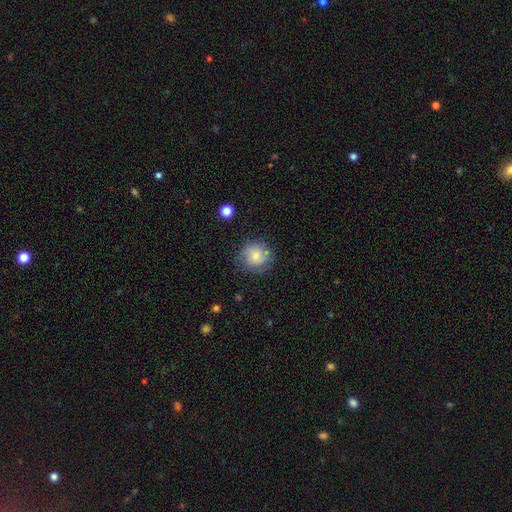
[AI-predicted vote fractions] A smooth galaxy with no disk features (74%) that is round (89%). Merging: none (73%).